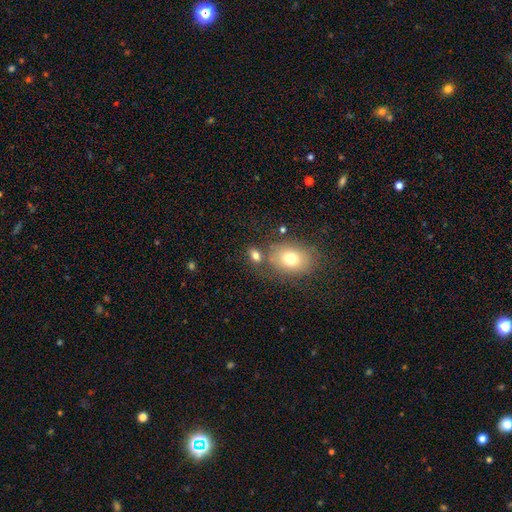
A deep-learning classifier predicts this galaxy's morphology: A smooth galaxy with no disk features (76%) that is in between round and cigar-shaped (72%).

Vote fractions:
- Smooth or featured? smooth: 76% / star or artifact: 12% / featured or disk: 11%
- How rounded? in between: 72% / round: 25% / cigar-shaped: 3%
- Merging? none: 63% / merger: 18% / minor disturbance: 14% / major disturbance: 6%